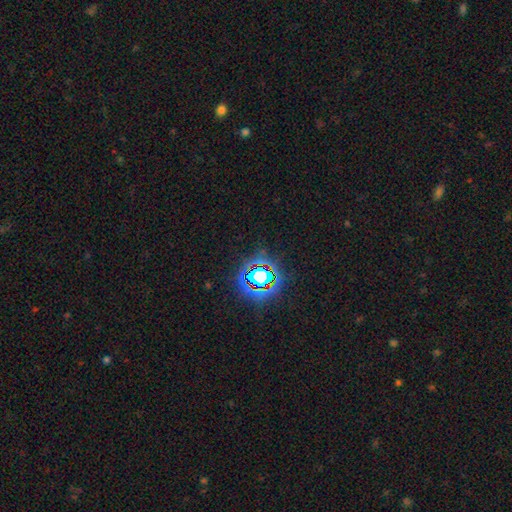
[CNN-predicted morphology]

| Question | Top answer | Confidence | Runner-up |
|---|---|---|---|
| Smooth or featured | star or artifact | 79% | smooth (14%) |